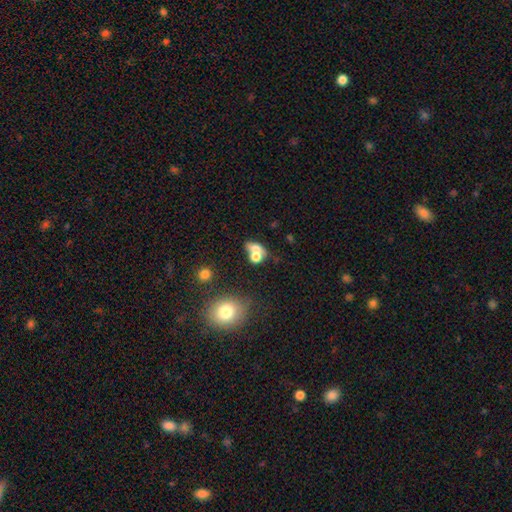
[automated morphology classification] Smooth or featured?
  - smooth: 69% *
  - featured or disk: 20%
  - star or artifact: 11%
How rounded?
  - in between: 56% *
  - round: 41%
  - cigar-shaped: 4%
Merging?
  - merger: 59% *
  - none: 25%
  - minor disturbance: 9%
  - major disturbance: 7%